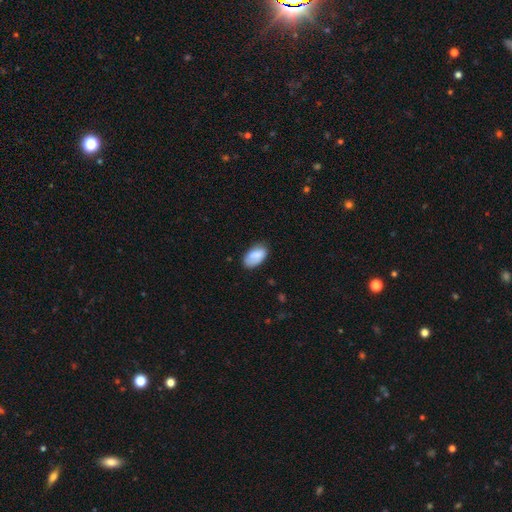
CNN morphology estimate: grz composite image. It shows a smooth galaxy with no disk features (83%) that is in between round and cigar-shaped (94%). Merging: none (72%).